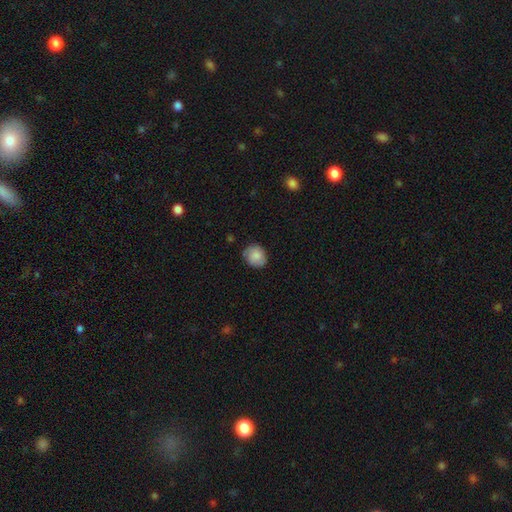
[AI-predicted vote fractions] Smooth or featured?
  - smooth: 82% *
  - featured or disk: 11%
  - star or artifact: 7%
How rounded?
  - round: 73% *
  - in between: 27%
  - cigar-shaped: 1%
Merging?
  - none: 75% *
  - minor disturbance: 20%
  - major disturbance: 4%
  - merger: 1%